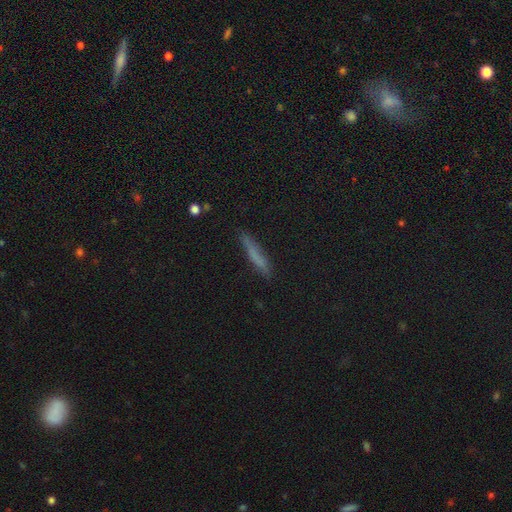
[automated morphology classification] This appears to be a smooth galaxy with no disk features (68%) that is cigar-shaped (93%). Merging: none (82%).